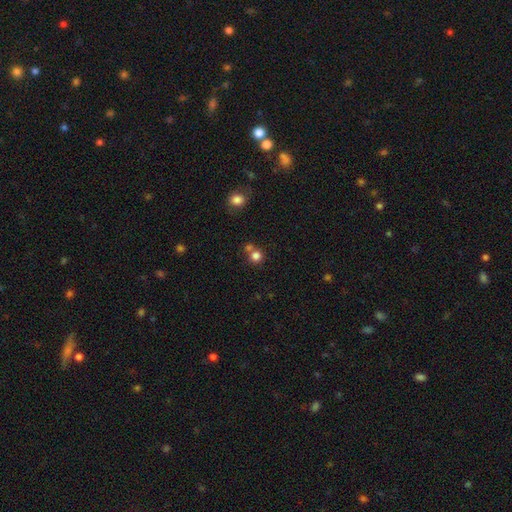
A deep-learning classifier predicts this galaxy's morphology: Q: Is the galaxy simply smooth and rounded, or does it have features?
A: smooth — 79%.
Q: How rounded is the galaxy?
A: round — 90%.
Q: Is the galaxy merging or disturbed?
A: none — 59%.